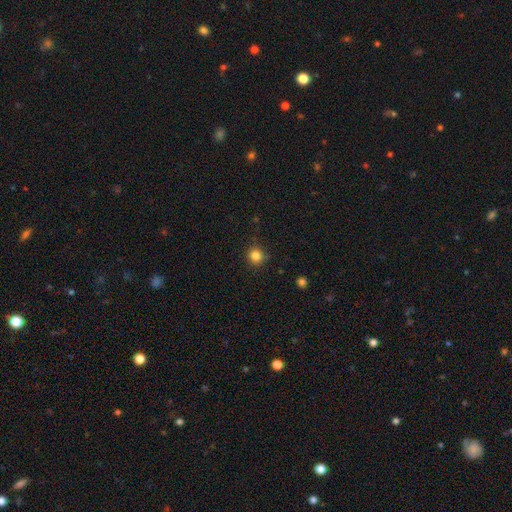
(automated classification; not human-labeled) A smooth galaxy with no disk features (84%) that is round (93%).

Vote fractions:
- Smooth or featured? smooth: 84% / star or artifact: 12% / featured or disk: 4%
- How rounded? round: 93% / in between: 6% / cigar-shaped: 1%
- Merging? none: 88% / minor disturbance: 9% / major disturbance: 2% / merger: 1%